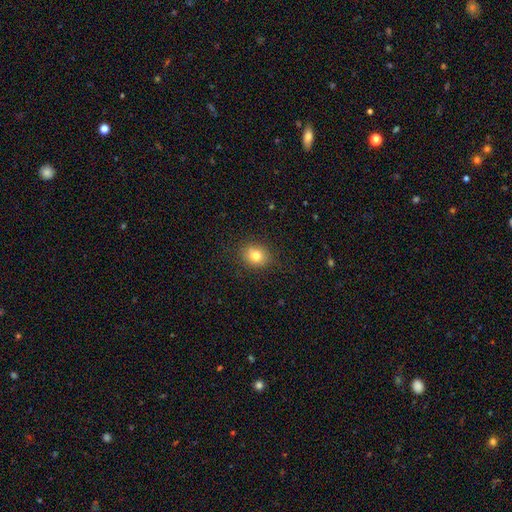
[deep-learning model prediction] This appears to be a smooth galaxy with no disk features (79%) that is round (68%). Merging: none (87%).